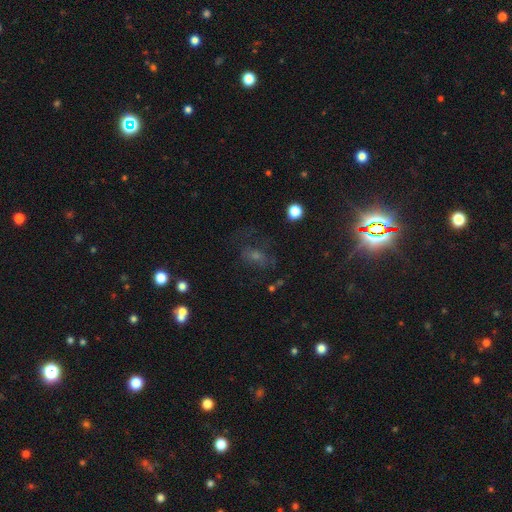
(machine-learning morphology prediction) type=star or artifact (41%).